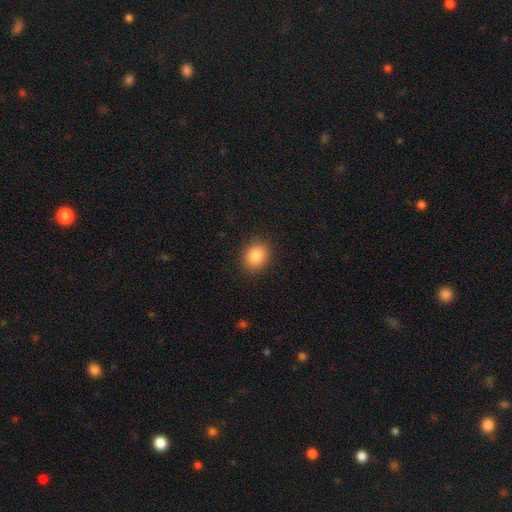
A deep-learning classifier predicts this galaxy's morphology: The model was most divided on "how rounded": round: 52%, in between: 48%, cigar-shaped: 1%. More confident: merging — none (88%); smooth or featured — smooth (87%).